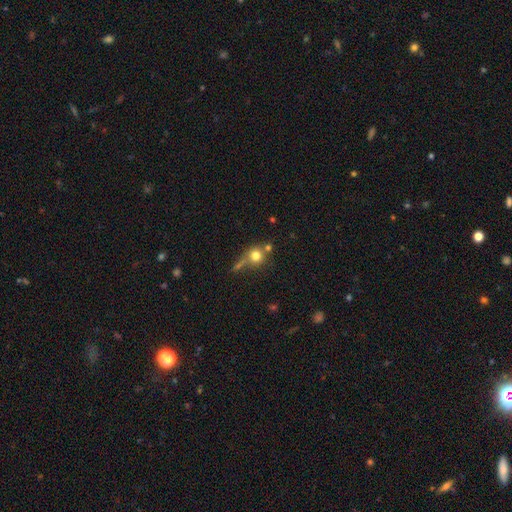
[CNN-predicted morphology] Q: Smooth or featured?
A: smooth (73%); runner-up: featured or disk (14%)
Q: How rounded?
A: round (87%); runner-up: in between (11%)
Q: Merging?
A: none (52%); runner-up: merger (26%)